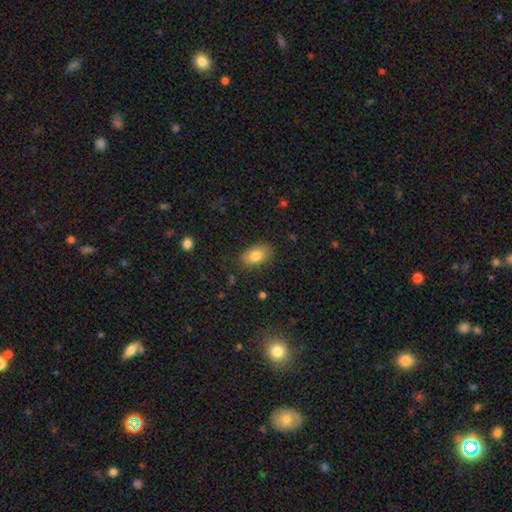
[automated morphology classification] Smooth or featured: smooth — 80% (featured or disk — 12%)
How rounded: in between — 90% (round — 8%)
Merging: none — 77% (minor disturbance — 17%)